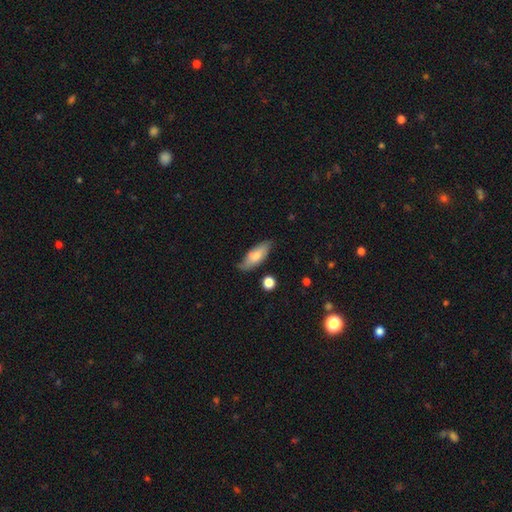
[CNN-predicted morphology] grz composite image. It shows a smooth galaxy with no disk features (72%) that is in between round and cigar-shaped (74%). Merging: none (69%).